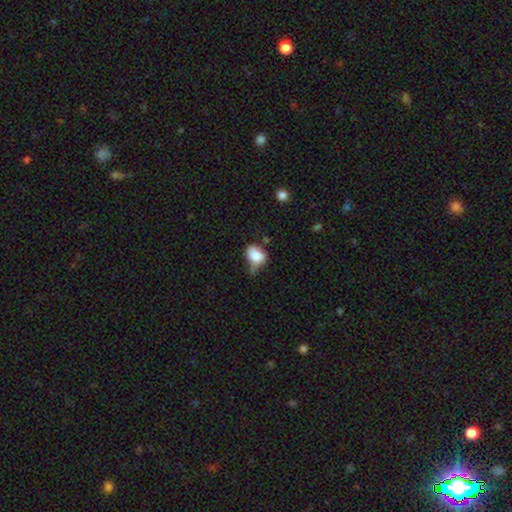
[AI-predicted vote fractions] A smooth galaxy with no disk features (81%) that is in between round and cigar-shaped (70%). Merging: minor disturbance (40%).